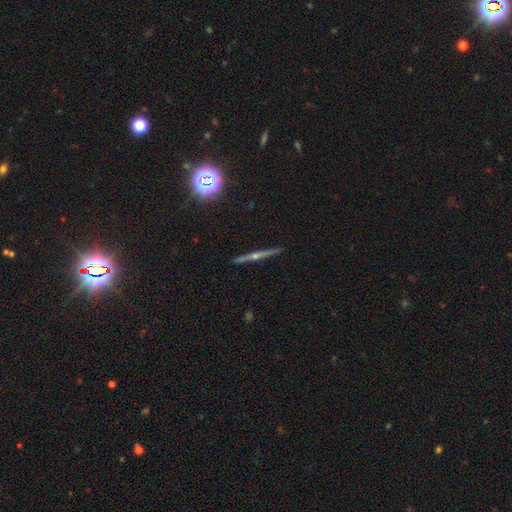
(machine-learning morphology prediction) Smooth or featured? Predicted: featured or disk (p=0.72). Edge-on disk? Predicted: yes (p=0.97). Edge-on bulge? Predicted: rounded (p=0.83). Merging? Predicted: none (p=0.90).